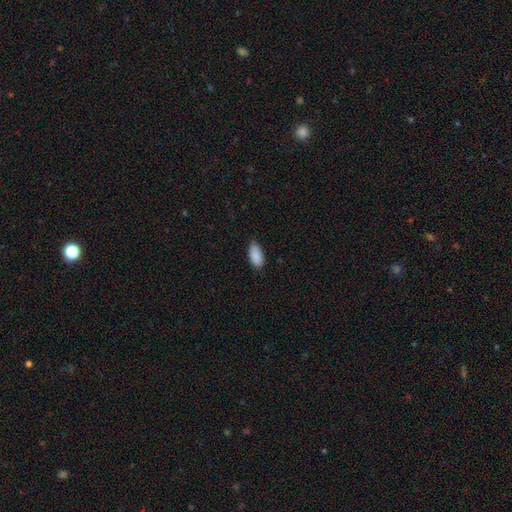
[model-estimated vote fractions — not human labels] smooth-or-featured: smooth: 89% | star or artifact: 7% | featured or disk: 4%
  how-rounded: in between: 92% | cigar-shaped: 5% | round: 2%
  merging: none: 77% | minor disturbance: 20% | major disturbance: 3% | merger: 1%